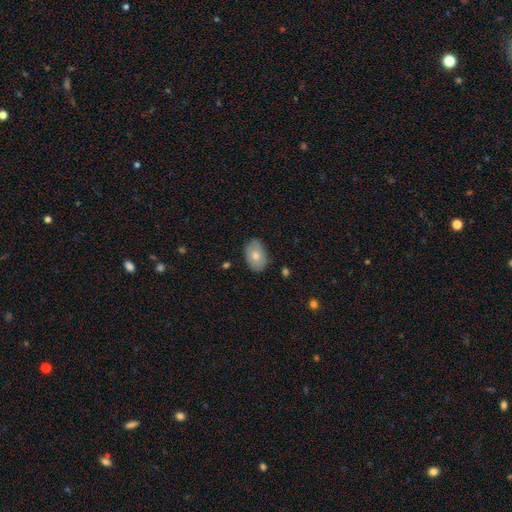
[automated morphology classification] Overall: smooth (73%). How rounded: in between (85%). Merging: none (79%).